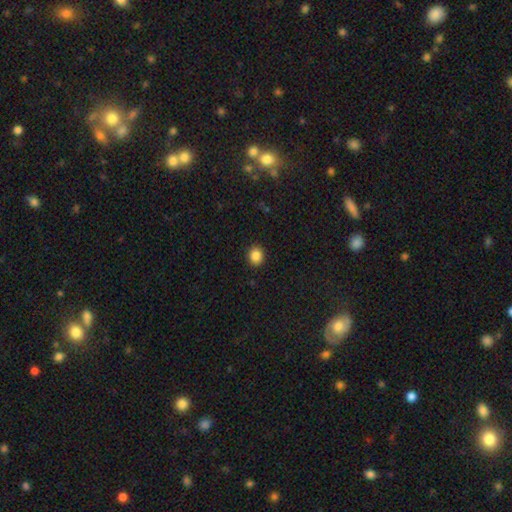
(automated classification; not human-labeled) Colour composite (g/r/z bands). It shows a smooth galaxy with no disk features (86%) that is round (71%). Merging: none (91%).